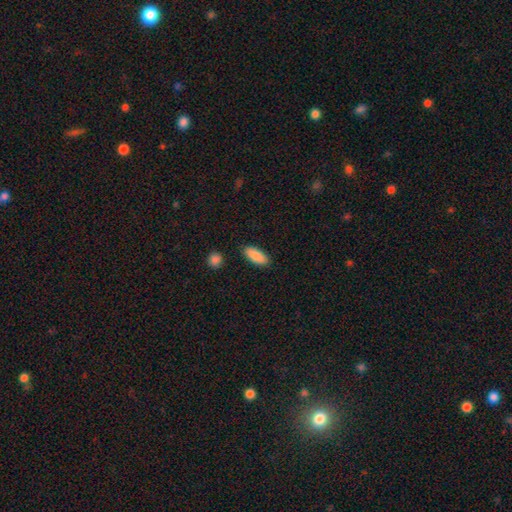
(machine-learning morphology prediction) A smooth galaxy with no disk features (89%) that is in between round and cigar-shaped (77%).

Vote fractions:
- Smooth or featured? smooth: 89% / star or artifact: 6% / featured or disk: 5%
- How rounded? in between: 77% / cigar-shaped: 21% / round: 2%
- Merging? none: 87% / minor disturbance: 9% / major disturbance: 2% / merger: 2%